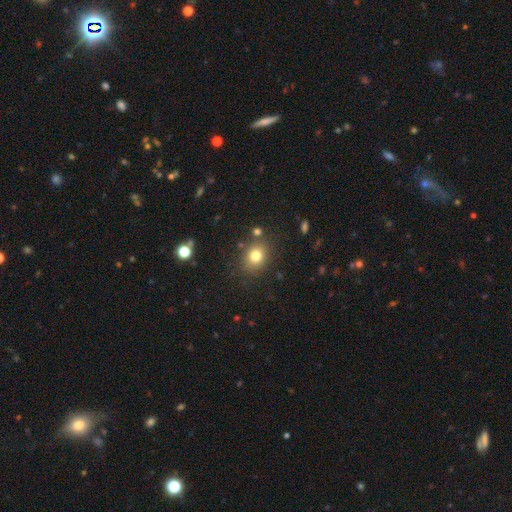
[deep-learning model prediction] A smooth galaxy with no disk features (78%) that is round (63%). Merging: none (81%).